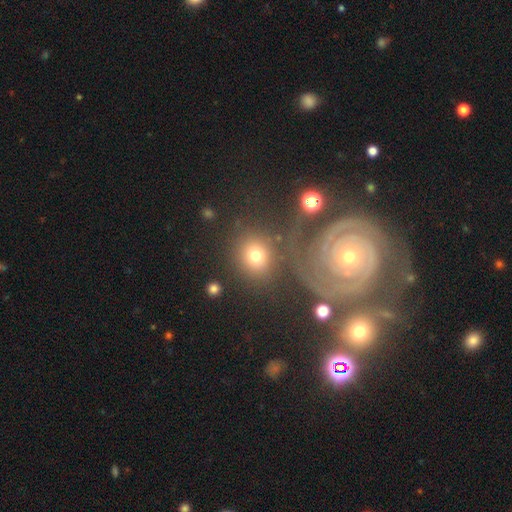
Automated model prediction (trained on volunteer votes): This is likely a smooth galaxy (70%). How rounded: likely round (79%). Merging: likely none (74%).